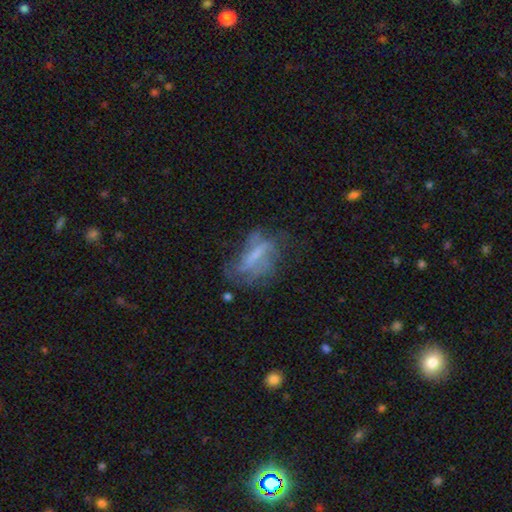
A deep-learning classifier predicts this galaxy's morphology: Q: Smooth or featured?
A: featured or disk (58%); runner-up: smooth (30%)
Q: Edge-on disk?
A: no (88%); runner-up: yes (12%)
Q: Bar?
A: strong (36%); runner-up: weak (34%)
Q: Spiral arms?
A: no (53%); runner-up: yes (47%)
Q: Bulge size?
A: none (44%); runner-up: small (32%)
Q: Merging?
A: none (41%); runner-up: major disturbance (30%)